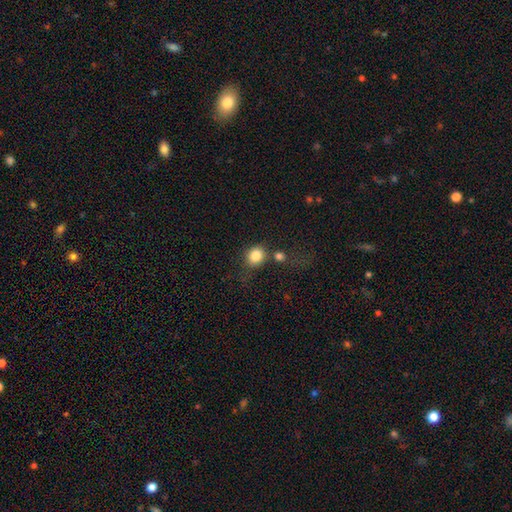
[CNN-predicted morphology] This appears to be a smooth galaxy with no disk features (83%) that is round (71%). Merging: none (59%).